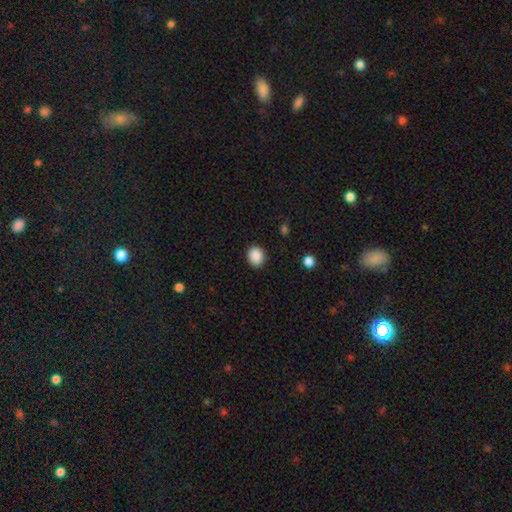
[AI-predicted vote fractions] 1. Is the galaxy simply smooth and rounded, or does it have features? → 89% smooth, 8% star or artifact, 2% featured or disk.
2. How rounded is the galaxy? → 65% round, 34% in between, 1% cigar-shaped.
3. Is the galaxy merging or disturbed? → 90% none, 7% minor disturbance, 2% major disturbance, 1% merger.